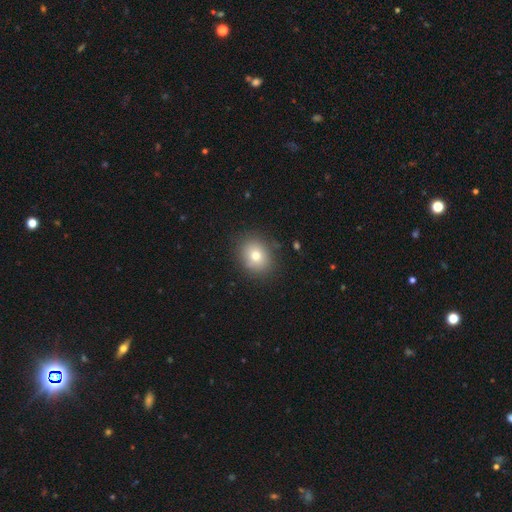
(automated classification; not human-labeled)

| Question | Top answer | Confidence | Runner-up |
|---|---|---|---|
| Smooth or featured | smooth | 77% | featured or disk (12%) |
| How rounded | round | 56% | in between (43%) |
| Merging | none | 86% | minor disturbance (10%) |